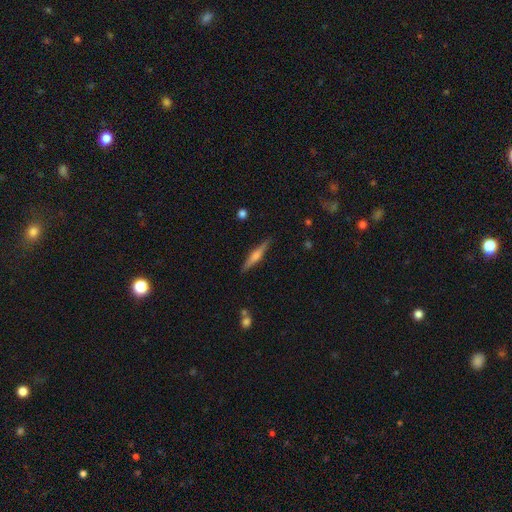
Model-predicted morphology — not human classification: smooth-or-featured: featured or disk: 68% | smooth: 25% | star or artifact: 6%
  disk-edge-on: yes: 98% | no: 2%
    edge-on-bulge: rounded: 81% | boxy: 12% | none: 7%
  merging: none: 90% | minor disturbance: 7% | major disturbance: 2% | merger: 1%